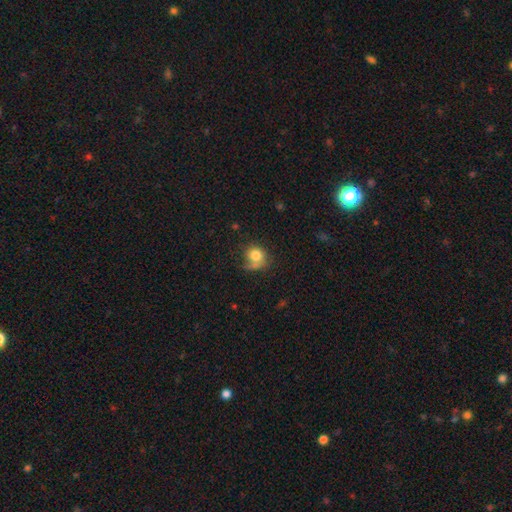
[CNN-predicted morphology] Smooth or featured: smooth — 77% (featured or disk — 13%)
How rounded: round — 75% (in between — 24%)
Merging: none — 48% (minor disturbance — 22%)